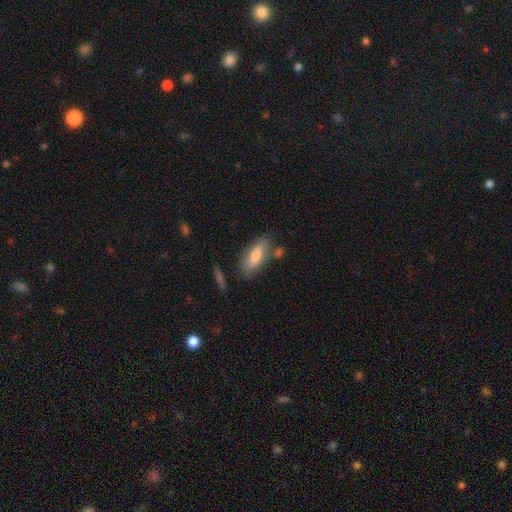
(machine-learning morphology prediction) Smooth or featured? smooth (69%)
How rounded? in between (64%)
Merging? none (71%)